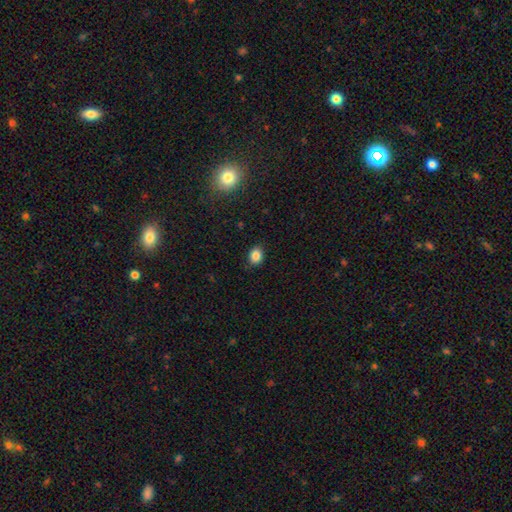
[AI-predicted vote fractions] smooth_or_featured: smooth (p=0.85) [alt: star or artifact p=0.11]
how_rounded: in between (p=0.56) [alt: round p=0.43]
merging: none (p=0.87) [alt: minor disturbance p=0.10]